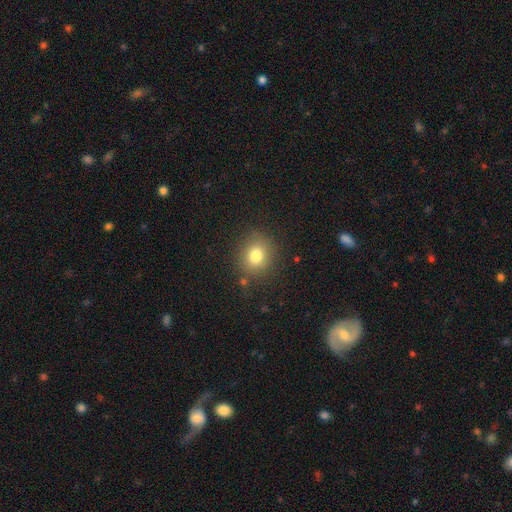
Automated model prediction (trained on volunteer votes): This appears to be a smooth galaxy with no disk features (79%) that is round (79%). Merging: none (84%).